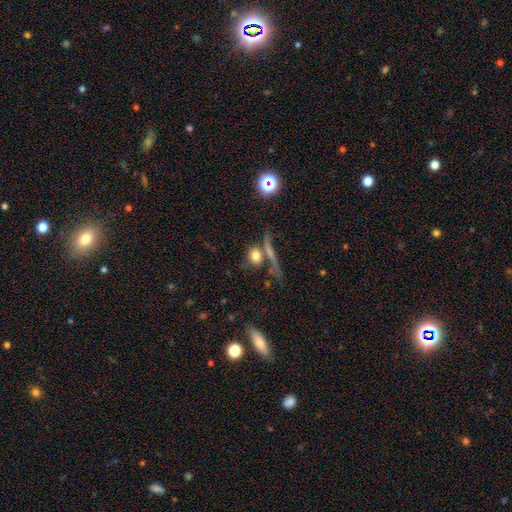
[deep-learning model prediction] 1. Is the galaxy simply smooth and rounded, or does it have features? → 71% smooth, 17% featured or disk, 12% star or artifact.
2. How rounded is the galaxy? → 51% round, 35% in between, 13% cigar-shaped.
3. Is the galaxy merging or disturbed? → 52% none, 27% merger, 12% minor disturbance, 8% major disturbance.